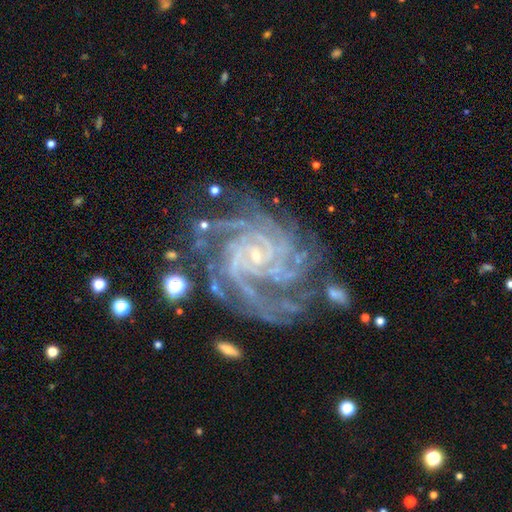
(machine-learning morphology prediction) Overall: featured or disk (92%). Edge-on disk: no (98%). Bar: no (65%). Spiral arms: yes (99%). Spiral arm count: 4 (32%; more than 4 24%). Spiral winding: tight (73%). Bulge size: small (86%). Merging: none (69%).